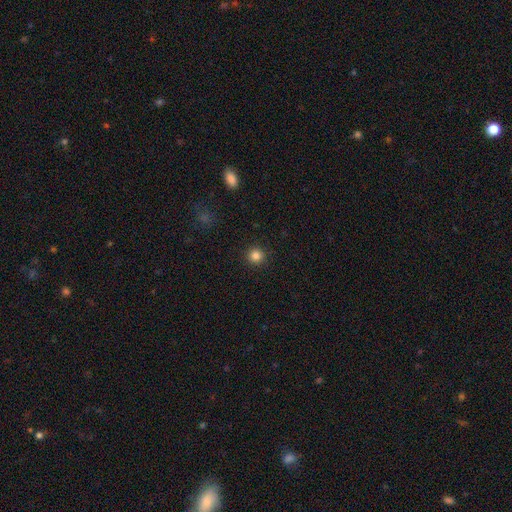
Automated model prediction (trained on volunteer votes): This is clearly a smooth galaxy (84%). How rounded: clearly round (95%). Merging: clearly none (93%).